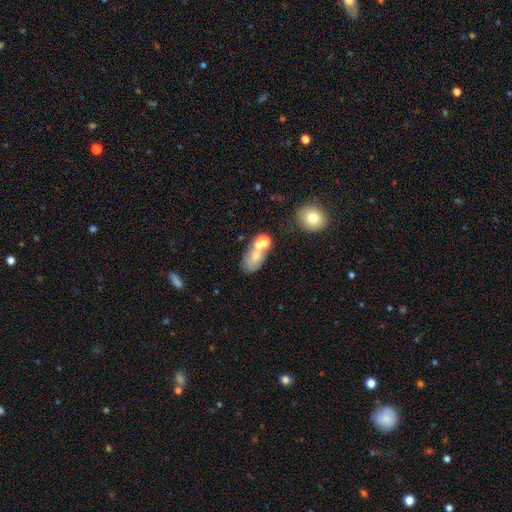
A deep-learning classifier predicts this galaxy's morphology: Smooth or featured? smooth (63%)
How rounded? in between (83%)
Merging? none (41%)